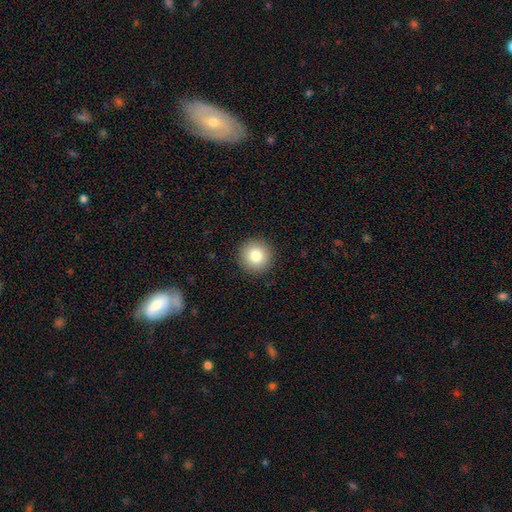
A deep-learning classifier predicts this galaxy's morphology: type=smooth (82%); roundness=round (95%); merging=none (92%).